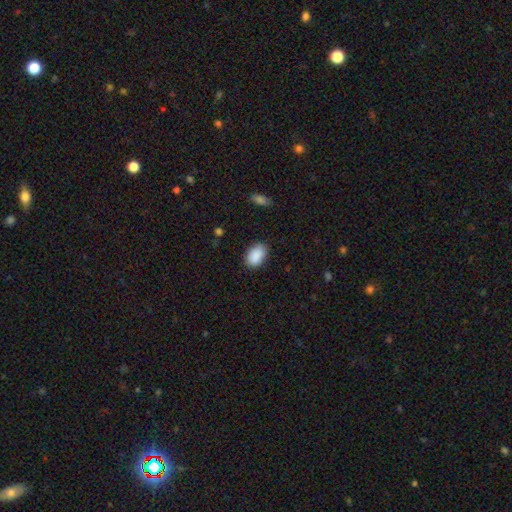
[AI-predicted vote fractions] Q: Smooth or featured?
A: smooth (90%); runner-up: star or artifact (7%)
Q: How rounded?
A: in between (89%); runner-up: round (9%)
Q: Merging?
A: none (84%); runner-up: minor disturbance (12%)